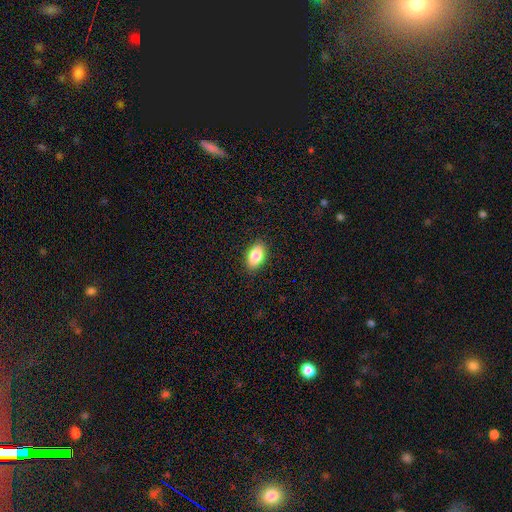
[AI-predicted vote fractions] Smooth or featured? Predicted: smooth (p=0.83). How rounded? Predicted: in between (p=0.91). Merging? Predicted: none (p=0.89).